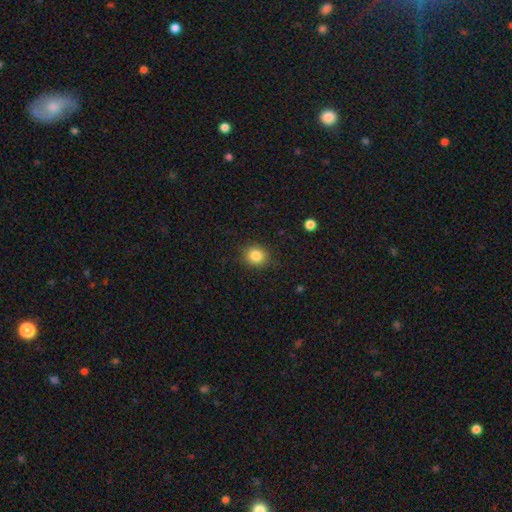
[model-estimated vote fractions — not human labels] Smooth or featured?
  - smooth: 84% *
  - star or artifact: 11%
  - featured or disk: 5%
How rounded?
  - round: 80% *
  - in between: 19%
  - cigar-shaped: 1%
Merging?
  - none: 88% *
  - minor disturbance: 9%
  - major disturbance: 2%
  - merger: 1%